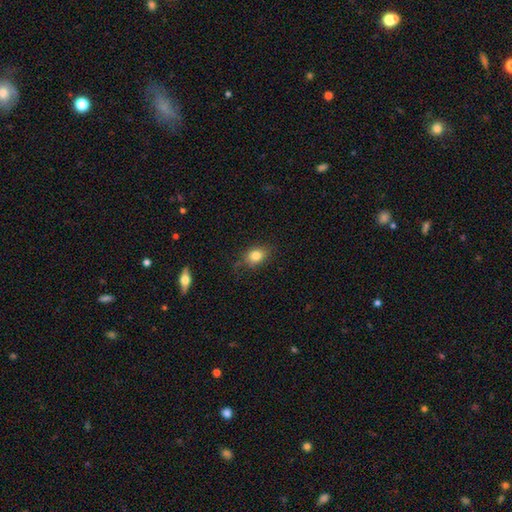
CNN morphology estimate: Smooth or featured? smooth (82%)
How rounded? in between (62%)
Merging? none (76%)